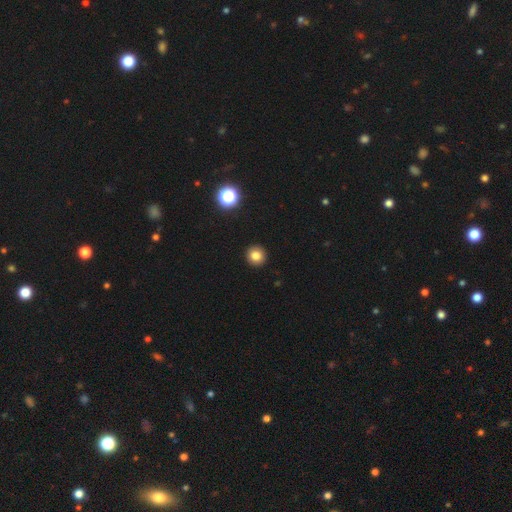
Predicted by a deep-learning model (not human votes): Overall: smooth (82%). How rounded: round (93%). Merging: none (93%).